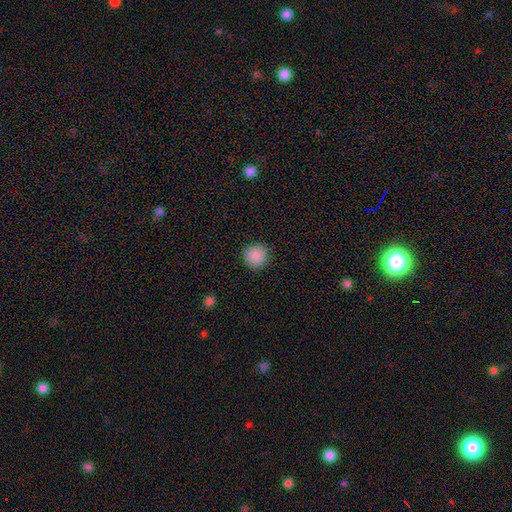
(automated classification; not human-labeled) Smooth or featured? Predicted: smooth (p=0.89). How rounded? Predicted: round (p=0.93). Merging? Predicted: none (p=0.89).